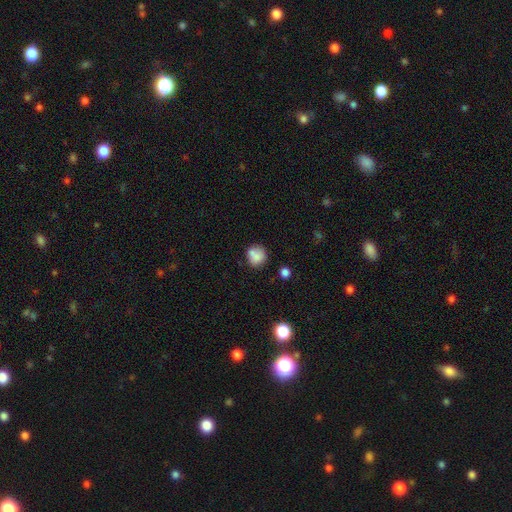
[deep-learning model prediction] Smooth or featured: smooth — 78% (featured or disk — 12%)
How rounded: round — 83% (in between — 16%)
Merging: none — 57% (merger — 22%)